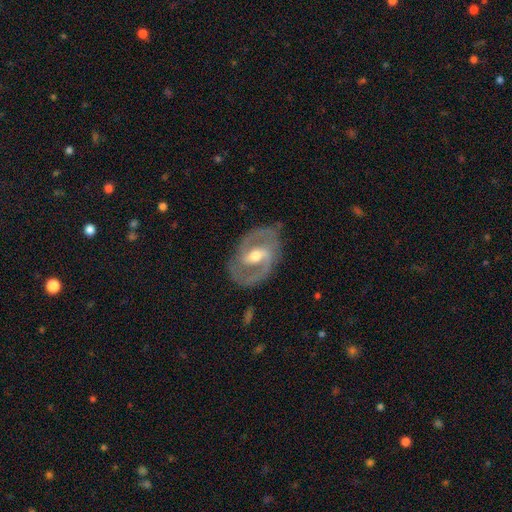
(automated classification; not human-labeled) smooth_or_featured: featured or disk (p=0.84) [alt: smooth p=0.10]
disk_edge_on: no (p=0.96) [alt: yes p=0.04]
bar: weak (p=0.44) [alt: strong p=0.36]
has_spiral_arms: yes (p=0.87) [alt: no p=0.13]
spiral_winding: medium (p=0.49) [alt: tight p=0.38]
spiral_arm_count: 2 (p=0.88) [alt: can't tell p=0.06]
bulge_size: moderate (p=0.69) [alt: small p=0.22]
merging: none (p=0.80) [alt: minor disturbance p=0.14]